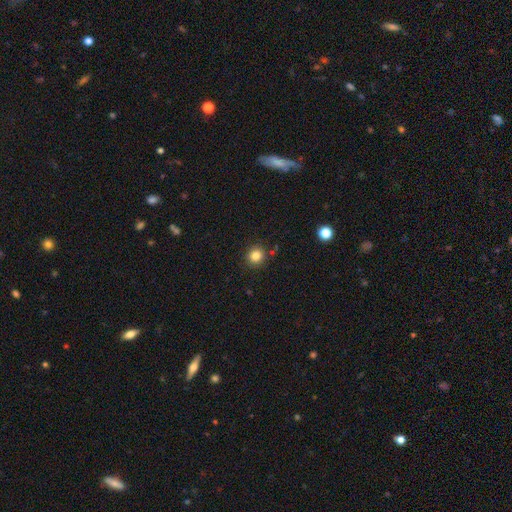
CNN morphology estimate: Smooth or featured? smooth (83%)
How rounded? round (90%)
Merging? none (86%)